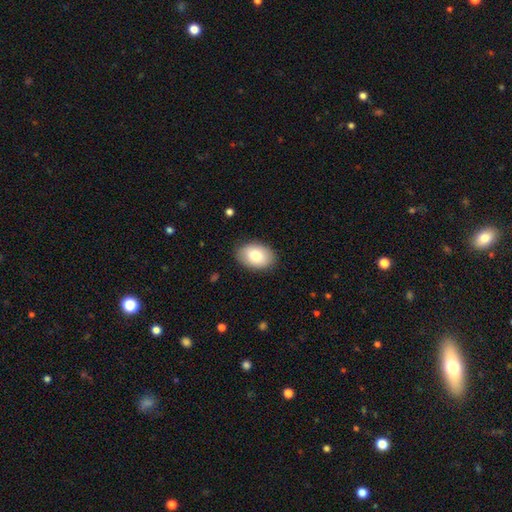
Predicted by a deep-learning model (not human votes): This is likely a smooth galaxy (79%). How rounded: clearly in between (85%). Merging: clearly none (87%).